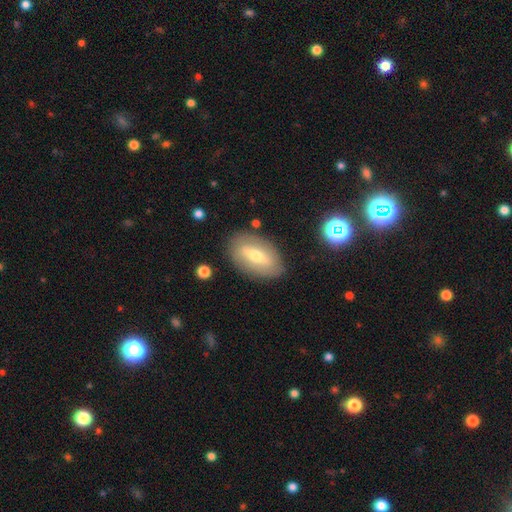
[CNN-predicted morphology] Smooth or featured? featured or disk (48%)
Merging? none (82%)